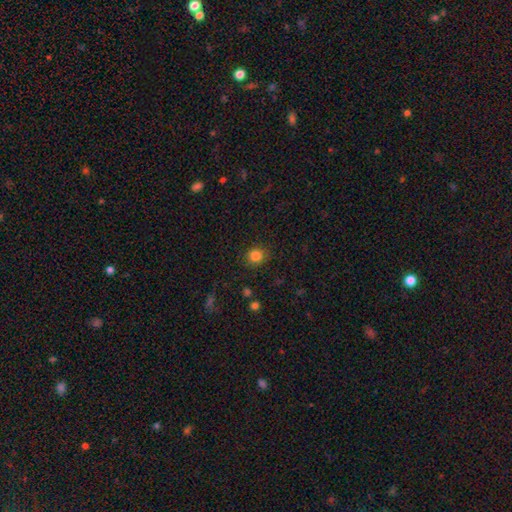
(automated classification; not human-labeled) Overall: smooth (84%). How rounded: round (83%). Merging: none (87%).